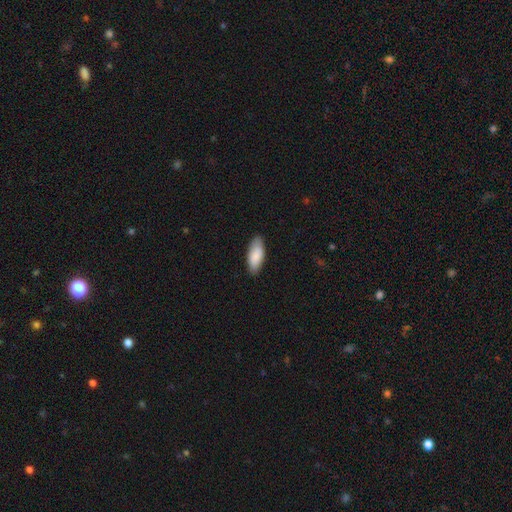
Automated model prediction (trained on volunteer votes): Q: Smooth or featured?
A: smooth (87%); runner-up: featured or disk (8%)
Q: How rounded?
A: in between (83%); runner-up: cigar-shaped (15%)
Q: Merging?
A: none (84%); runner-up: minor disturbance (13%)